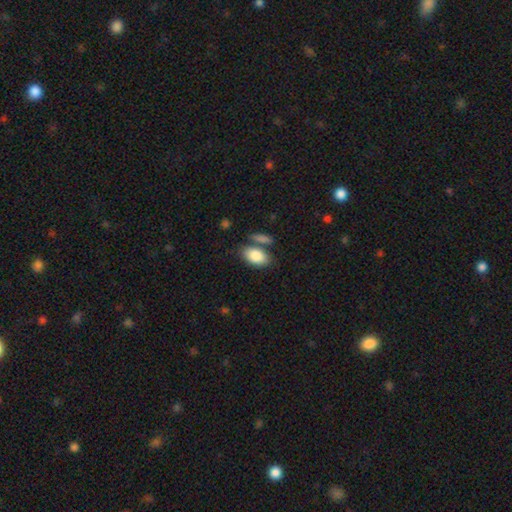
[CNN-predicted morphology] Smooth or featured? Predicted: smooth (p=0.85). How rounded? Predicted: in between (p=0.92). Merging? Predicted: none (p=0.61).